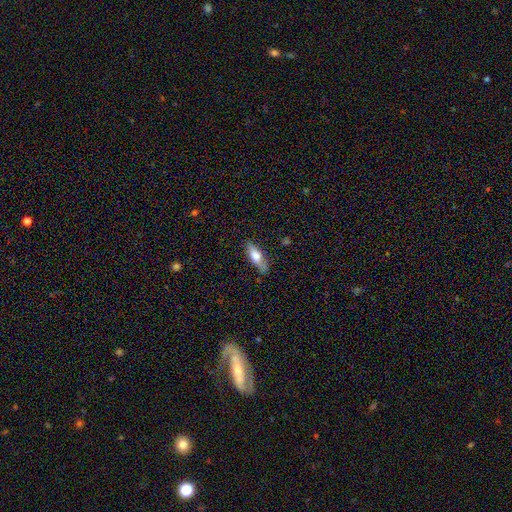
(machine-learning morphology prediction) smooth_or_featured: smooth (p=0.66) [alt: featured or disk p=0.28]
how_rounded: in between (p=0.62) [alt: cigar-shaped p=0.35]
merging: none (p=0.76) [alt: minor disturbance p=0.18]